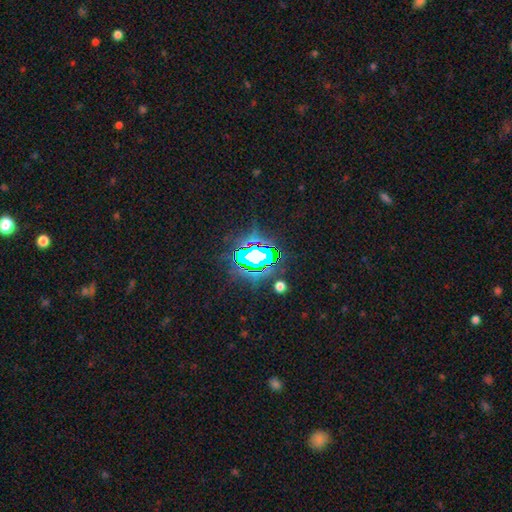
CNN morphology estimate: smooth_or_featured: star or artifact (p=0.74) [alt: smooth p=0.14]